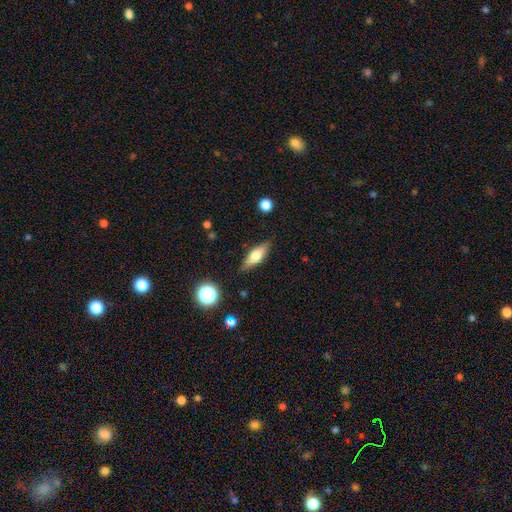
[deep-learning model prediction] Morphology: type=smooth (56%); roundness=in between (60%); merging=none (84%).